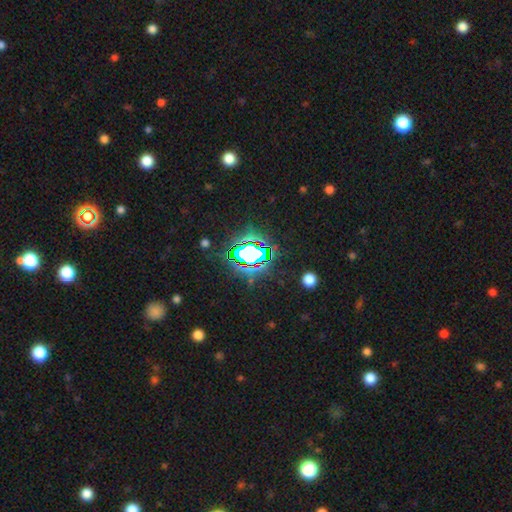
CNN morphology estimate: type=star or artifact (81%).